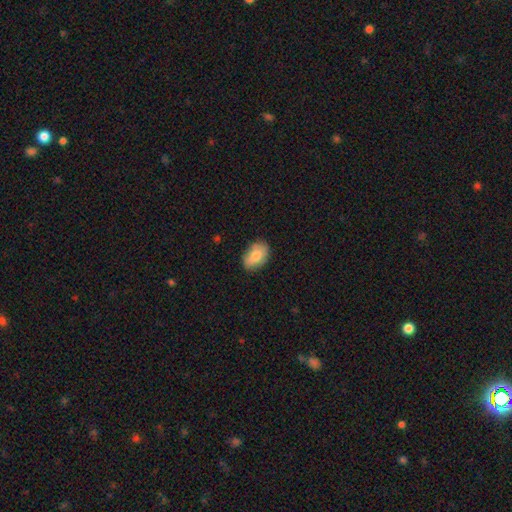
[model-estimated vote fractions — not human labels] smooth 82%, featured or disk 12%, star or artifact 7%. Down the decision tree: how rounded — in between (89%); merging — none (79%).